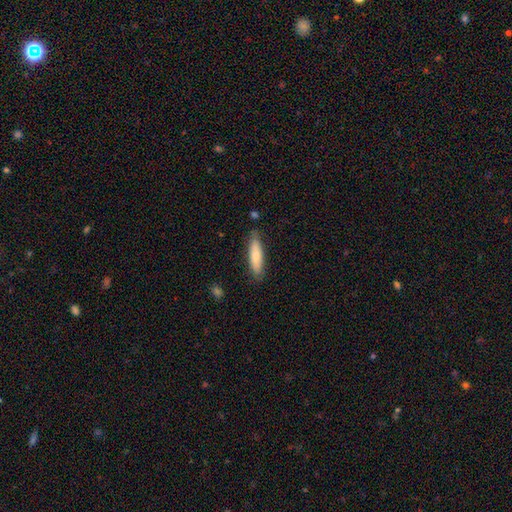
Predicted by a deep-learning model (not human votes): smooth 73%, featured or disk 21%, star or artifact 6%. Down the decision tree: how rounded — cigar-shaped (69%); merging — none (82%).